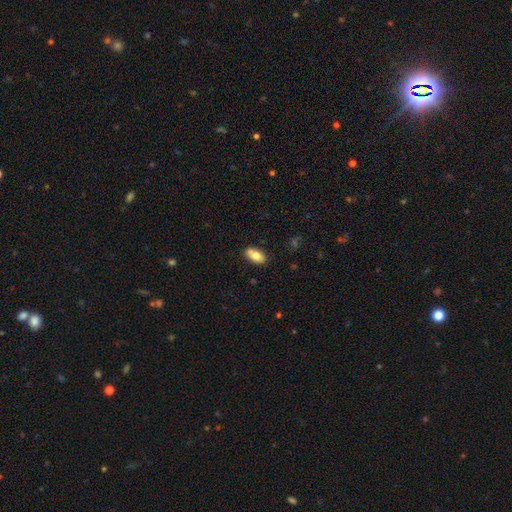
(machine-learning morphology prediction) Q: Smooth or featured?
A: smooth (77%); runner-up: featured or disk (15%)
Q: How rounded?
A: in between (91%); runner-up: round (5%)
Q: Merging?
A: none (74%); runner-up: minor disturbance (16%)